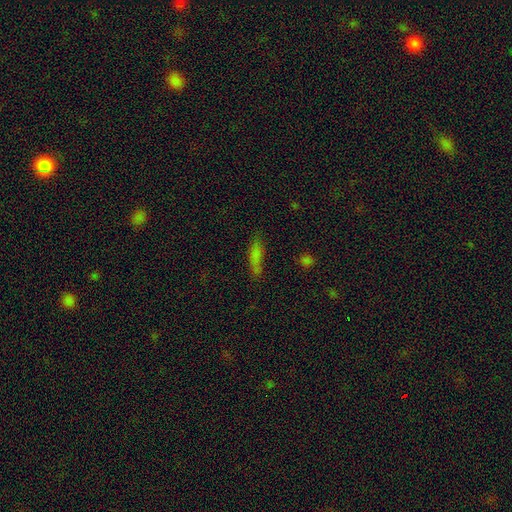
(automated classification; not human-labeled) A smooth galaxy with no disk features (73%) that is cigar-shaped (59%).

Vote fractions:
- Smooth or featured? smooth: 73% / star or artifact: 14% / featured or disk: 12%
- How rounded? cigar-shaped: 59% / in between: 38% / round: 3%
- Merging? none: 68% / minor disturbance: 22% / major disturbance: 6% / merger: 4%